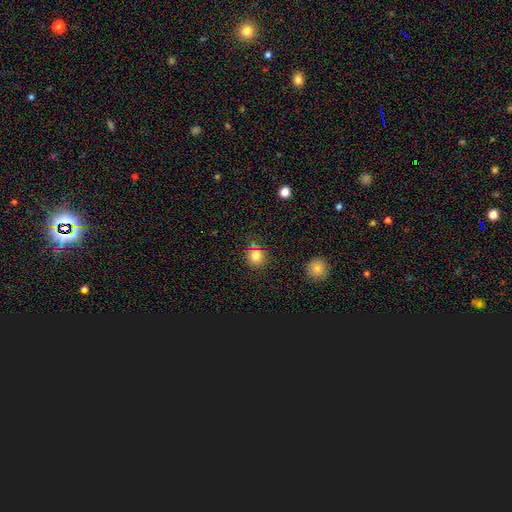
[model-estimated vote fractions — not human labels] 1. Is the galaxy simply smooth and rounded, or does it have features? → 80% smooth, 14% star or artifact, 6% featured or disk.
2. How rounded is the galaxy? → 88% round, 11% in between, 1% cigar-shaped.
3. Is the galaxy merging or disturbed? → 86% none, 8% minor disturbance, 3% merger, 3% major disturbance.